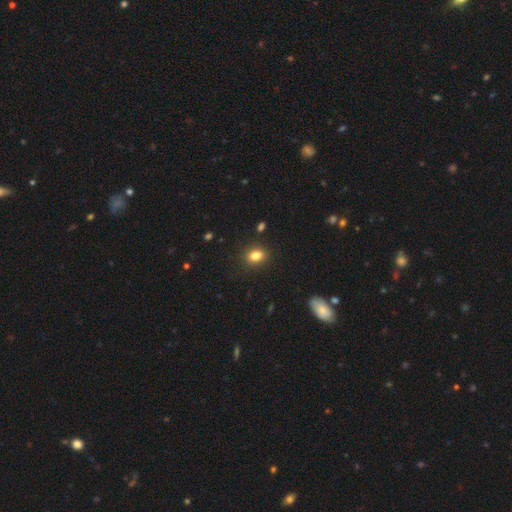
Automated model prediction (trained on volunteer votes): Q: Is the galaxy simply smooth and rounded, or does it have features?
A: smooth — 84%.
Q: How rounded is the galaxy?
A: in between — 68%.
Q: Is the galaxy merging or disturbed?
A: none — 88%.